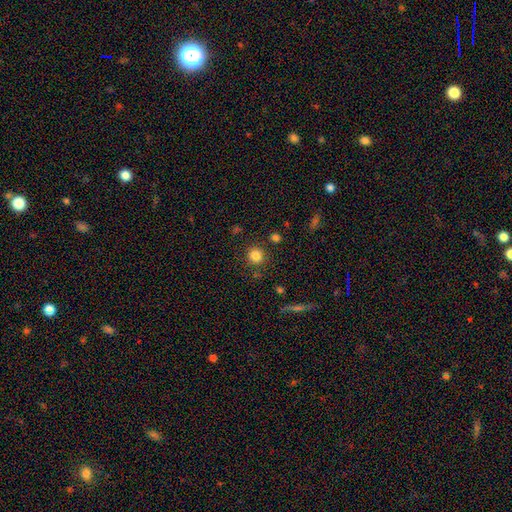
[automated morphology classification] Smooth or featured: smooth — 83% (star or artifact — 12%)
How rounded: round — 92% (in between — 7%)
Merging: none — 84% (minor disturbance — 8%)